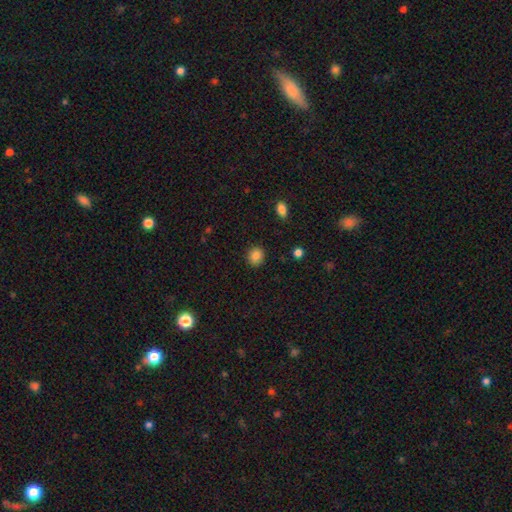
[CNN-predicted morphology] Smooth or featured: smooth — 85% (star or artifact — 10%)
How rounded: round — 77% (in between — 22%)
Merging: none — 89% (minor disturbance — 8%)